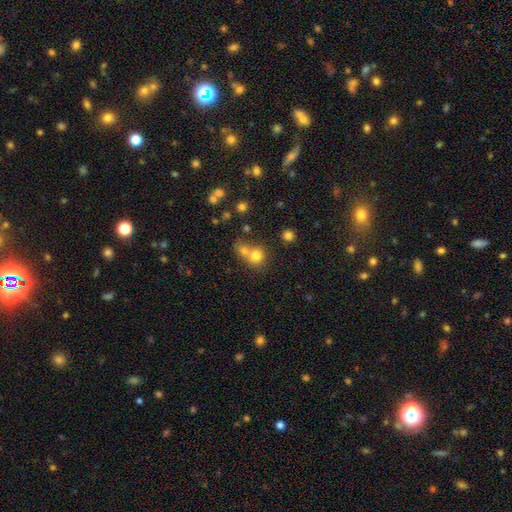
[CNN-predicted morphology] A smooth galaxy with no disk features (76%) that is round (83%).

Vote fractions:
- Smooth or featured? smooth: 76% / star or artifact: 14% / featured or disk: 11%
- How rounded? round: 83% / in between: 16% / cigar-shaped: 1%
- Merging? merger: 47% / none: 42% / minor disturbance: 7% / major disturbance: 4%